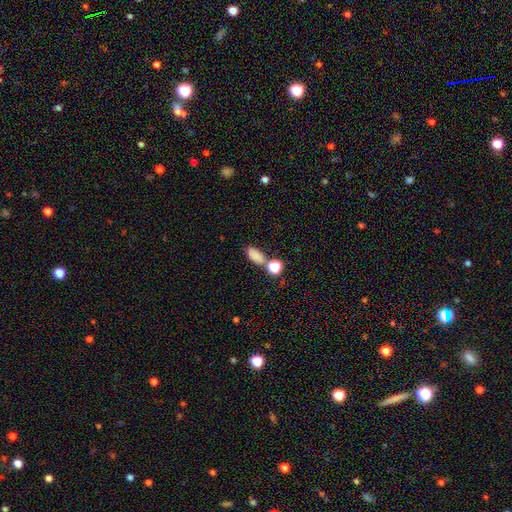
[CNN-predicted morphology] type=smooth (81%); roundness=in between (83%); merging=none (66%).